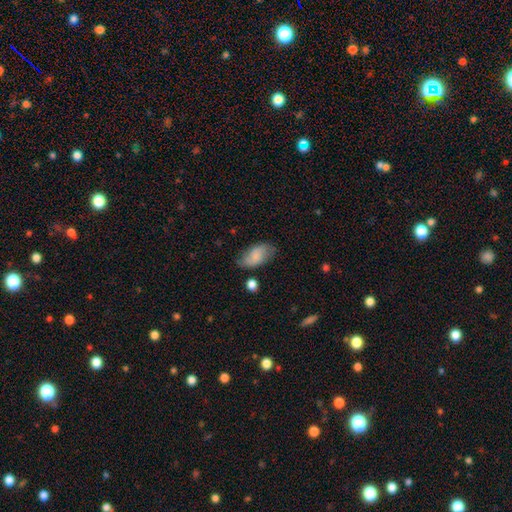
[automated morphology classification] Smooth or featured?
  - smooth: 72% *
  - featured or disk: 21%
  - star or artifact: 7%
How rounded?
  - in between: 94% *
  - round: 4%
  - cigar-shaped: 2%
Merging?
  - none: 70% *
  - minor disturbance: 21%
  - major disturbance: 5%
  - merger: 3%